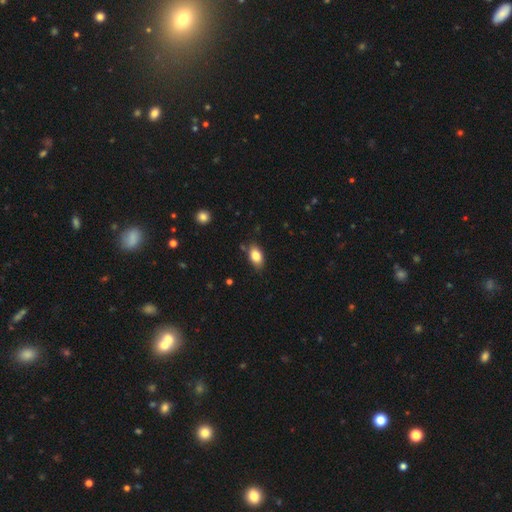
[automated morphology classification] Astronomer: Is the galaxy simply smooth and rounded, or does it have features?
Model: smooth — 83%.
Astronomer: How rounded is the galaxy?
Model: in between — 89%.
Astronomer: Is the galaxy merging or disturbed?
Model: none — 80%.